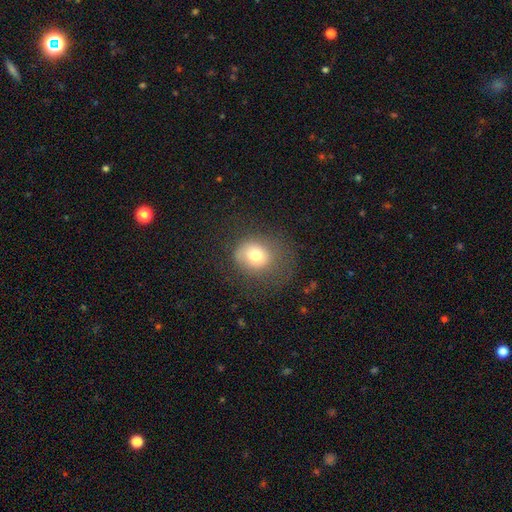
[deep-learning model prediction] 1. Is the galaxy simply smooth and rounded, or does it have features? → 73% smooth, 15% featured or disk, 12% star or artifact.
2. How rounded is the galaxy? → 69% round, 30% in between, 1% cigar-shaped.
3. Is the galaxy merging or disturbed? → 58% none, 21% minor disturbance, 19% major disturbance, 1% merger.